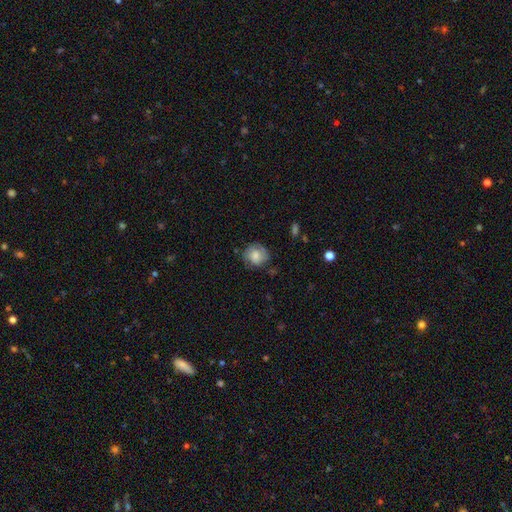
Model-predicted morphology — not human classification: smooth_or_featured: smooth (p=0.61) [alt: featured or disk p=0.31]
how_rounded: round (p=0.80) [alt: in between p=0.19]
merging: none (p=0.69) [alt: minor disturbance p=0.22]